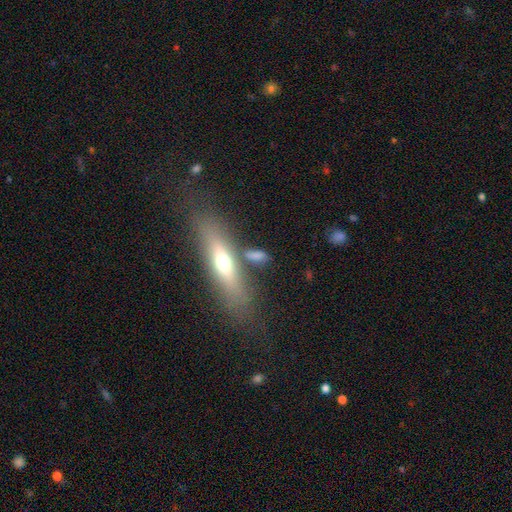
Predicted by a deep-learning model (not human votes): smooth_or_featured: smooth (p=0.63) [alt: featured or disk p=0.27]
how_rounded: in between (p=0.49) [alt: cigar-shaped p=0.42]
merging: none (p=0.64) [alt: merger p=0.14]